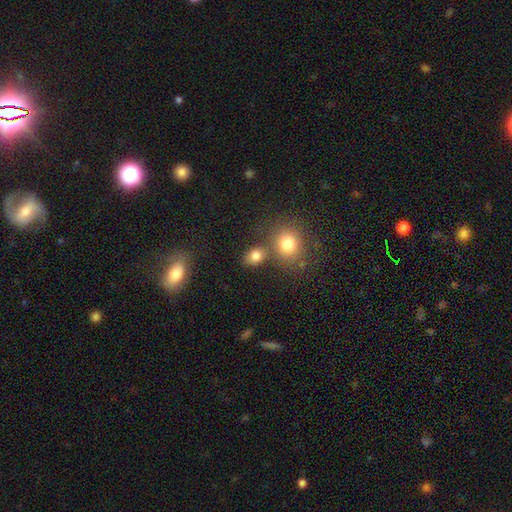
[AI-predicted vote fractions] Smooth or featured?
  - smooth: 80% *
  - star or artifact: 13%
  - featured or disk: 8%
How rounded?
  - in between: 53% *
  - round: 45%
  - cigar-shaped: 2%
Merging?
  - none: 66% *
  - merger: 19%
  - minor disturbance: 11%
  - major disturbance: 4%